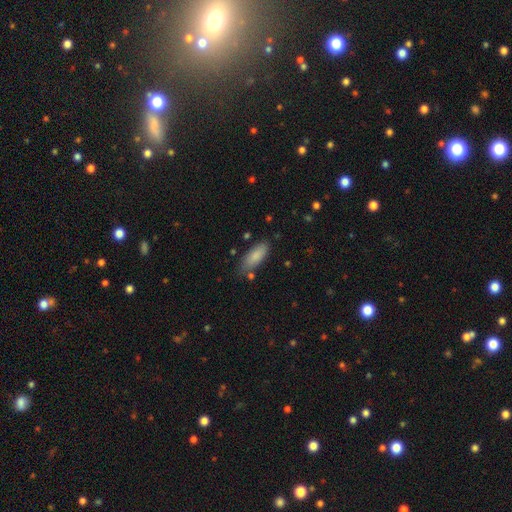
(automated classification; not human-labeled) Smooth or featured? smooth (86%)
How rounded? in between (74%)
Merging? none (75%)